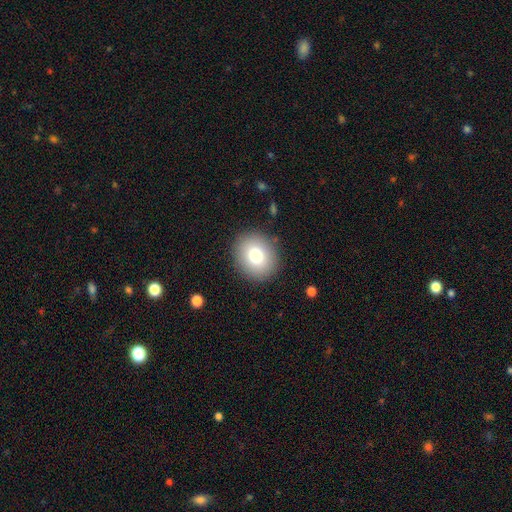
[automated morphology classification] smooth_or_featured: smooth (p=0.77) [alt: featured or disk p=0.12]
how_rounded: round (p=0.75) [alt: in between p=0.24]
merging: none (p=0.89) [alt: minor disturbance p=0.07]